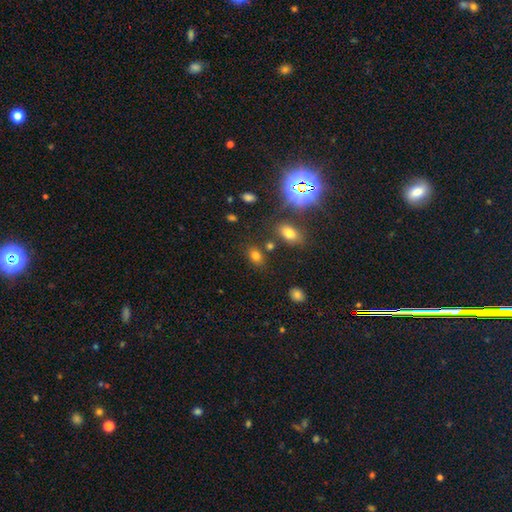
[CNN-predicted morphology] smooth_or_featured: smooth (p=0.75) [alt: star or artifact p=0.18]
how_rounded: in between (p=0.74) [alt: round p=0.24]
merging: none (p=0.75) [alt: minor disturbance p=0.12]